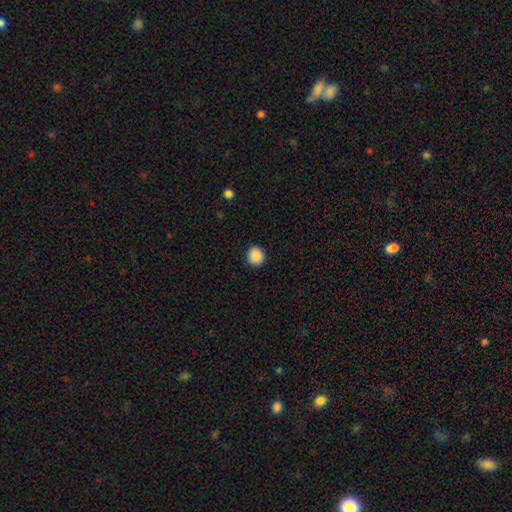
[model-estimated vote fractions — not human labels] Smooth or featured: smooth — 89% (star or artifact — 8%)
How rounded: round — 88% (in between — 11%)
Merging: none — 91% (minor disturbance — 6%)